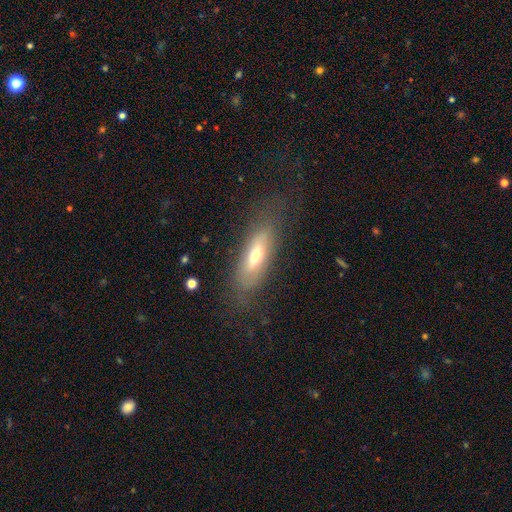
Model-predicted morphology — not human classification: Smooth or featured: smooth — 52% (featured or disk — 39%)
How rounded: in between — 56% (cigar-shaped — 41%)
Merging: none — 71% (minor disturbance — 18%)